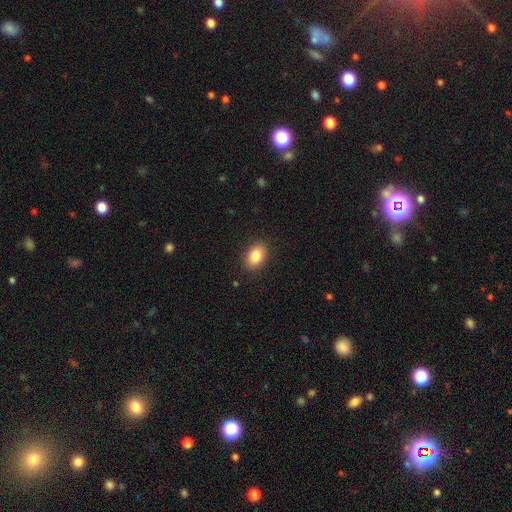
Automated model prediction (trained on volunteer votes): This appears to be a smooth galaxy with no disk features (85%) that is in between round and cigar-shaped (84%). Merging: none (88%).